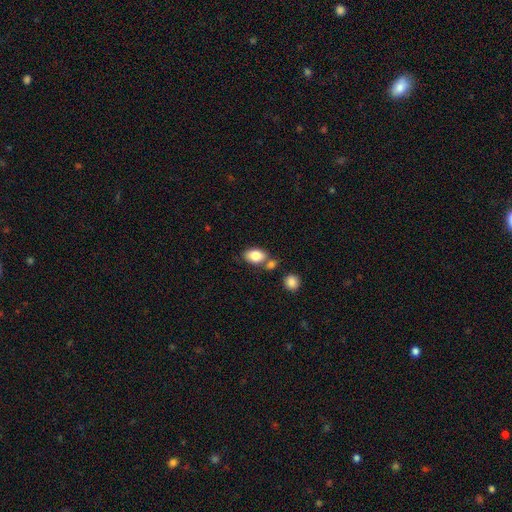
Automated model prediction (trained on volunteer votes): Smooth or featured? Predicted: smooth (p=0.83). How rounded? Predicted: in between (p=0.86). Merging? Predicted: none (p=0.61).